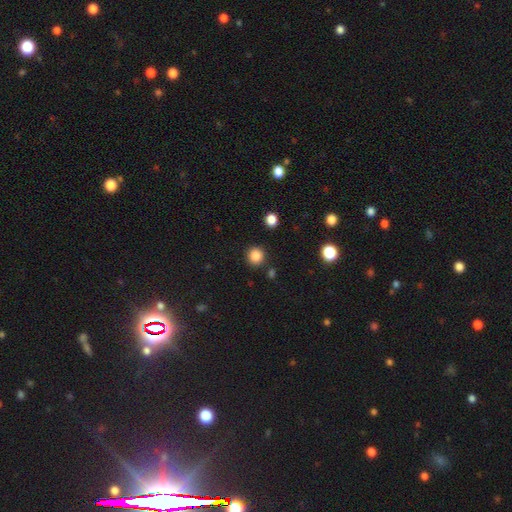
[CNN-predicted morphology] Smooth or featured?
  - smooth: 85% *
  - star or artifact: 11%
  - featured or disk: 4%
How rounded?
  - round: 92% *
  - in between: 7%
  - cigar-shaped: 1%
Merging?
  - none: 89% *
  - minor disturbance: 6%
  - merger: 3%
  - major disturbance: 2%